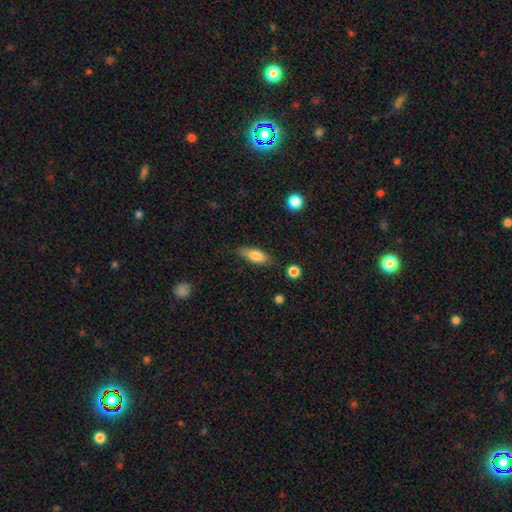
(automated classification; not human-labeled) This appears to be a smooth galaxy with no disk features (81%) that is in between round and cigar-shaped (75%). Merging: none (72%).